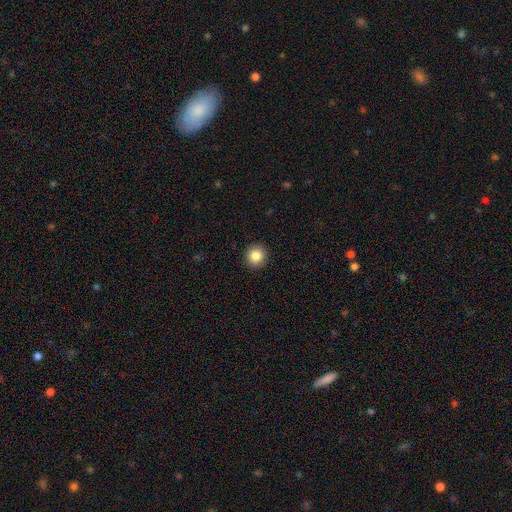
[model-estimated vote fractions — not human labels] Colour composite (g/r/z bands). It shows a smooth galaxy with no disk features (85%) that is round (93%). Merging: none (93%).